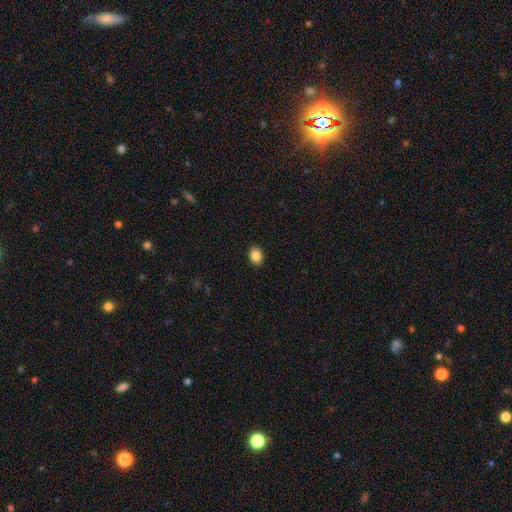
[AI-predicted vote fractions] smooth-or-featured: smooth: 86% | star or artifact: 9% | featured or disk: 6%
  how-rounded: in between: 72% | round: 27% | cigar-shaped: 1%
  merging: none: 91% | minor disturbance: 7% | major disturbance: 2% | merger: 1%